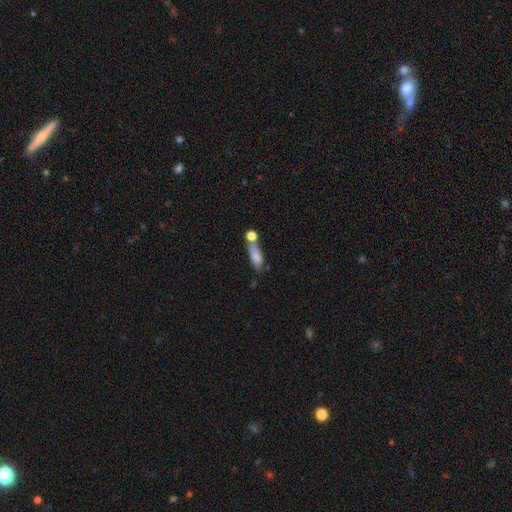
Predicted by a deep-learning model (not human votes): The model was most divided on "merging": none: 44%, merger: 32%, minor disturbance: 16%, major disturbance: 8%. More confident: smooth or featured — smooth (77%); how rounded — in between (60%).